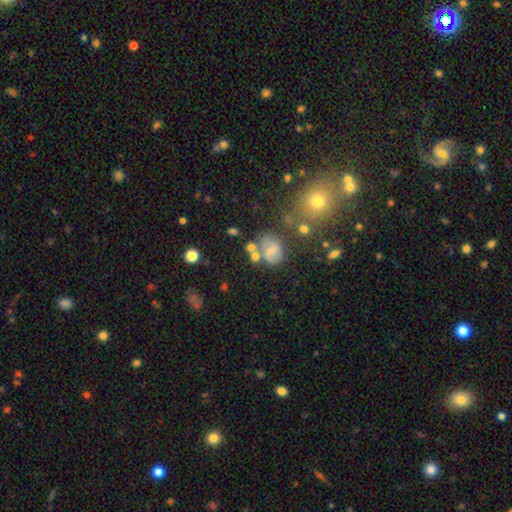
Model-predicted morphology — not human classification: Smooth or featured? smooth (55%)
How rounded? round (56%)
Merging? none (50%)